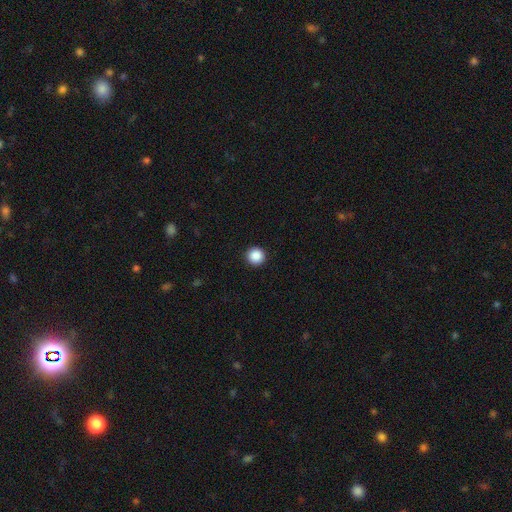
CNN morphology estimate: A smooth galaxy with no disk features (88%) that is round (96%). Merging: none (93%).